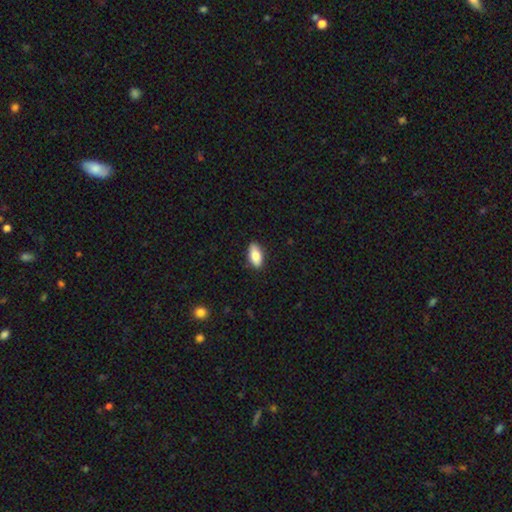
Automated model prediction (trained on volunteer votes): This is clearly a smooth galaxy (84%). How rounded: clearly in between (89%). Merging: clearly none (86%).